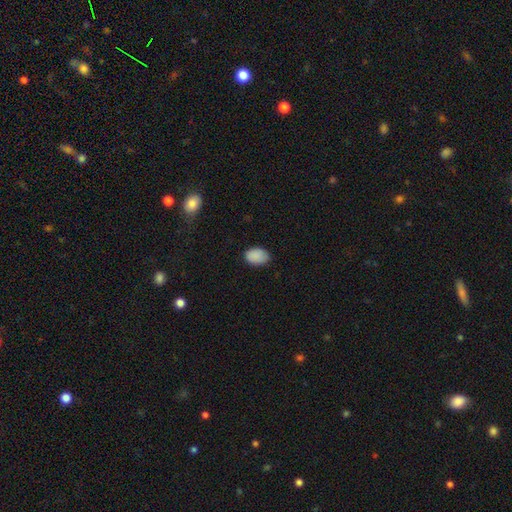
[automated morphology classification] type=smooth (89%); roundness=in between (85%); merging=none (79%).